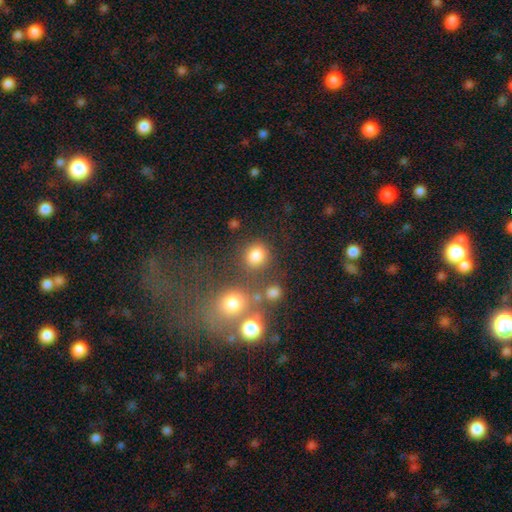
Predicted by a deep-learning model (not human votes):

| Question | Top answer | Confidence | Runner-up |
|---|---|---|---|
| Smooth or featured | smooth | 80% | star or artifact (14%) |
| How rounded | round | 78% | in between (21%) |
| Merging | none | 71% | merger (12%) |